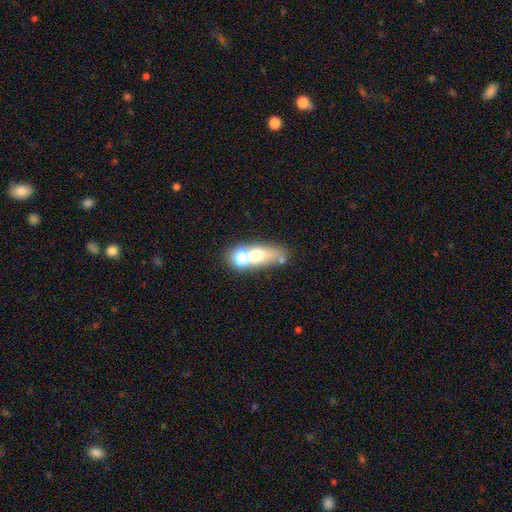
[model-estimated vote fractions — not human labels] This is possibly a smooth galaxy (55%). How rounded: possibly in between (54%). Merging: possibly merger (45%).